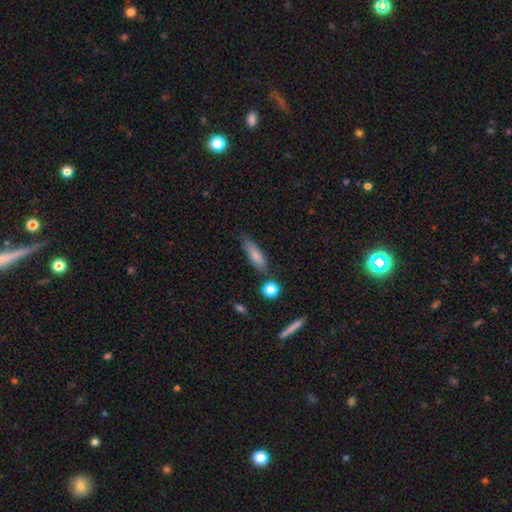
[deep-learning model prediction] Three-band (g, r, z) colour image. It shows a smooth galaxy with no disk features (78%) that is cigar-shaped (54%). Merging: none (71%).